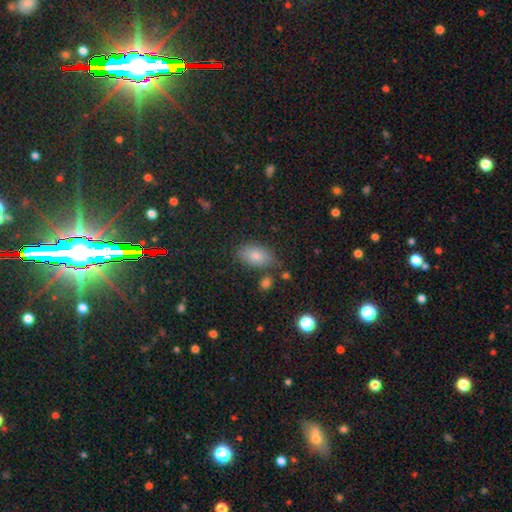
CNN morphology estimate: This appears to be a smooth galaxy with no disk features (72%) that is in between round and cigar-shaped (88%). Merging: none (77%).